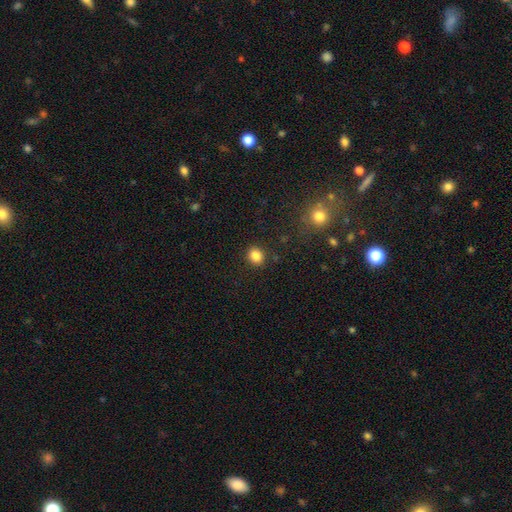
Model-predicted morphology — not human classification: Overall: smooth (85%). How rounded: round (71%). Merging: none (89%).